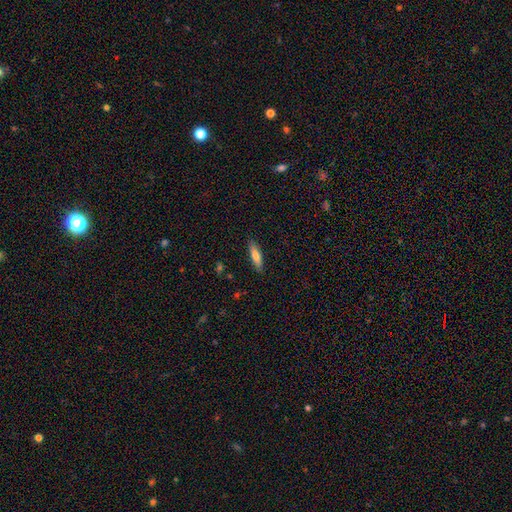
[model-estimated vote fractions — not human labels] The model was most divided on "how rounded": cigar-shaped: 66%, in between: 32%, round: 2%. More confident: merging — none (88%); smooth or featured — smooth (74%).